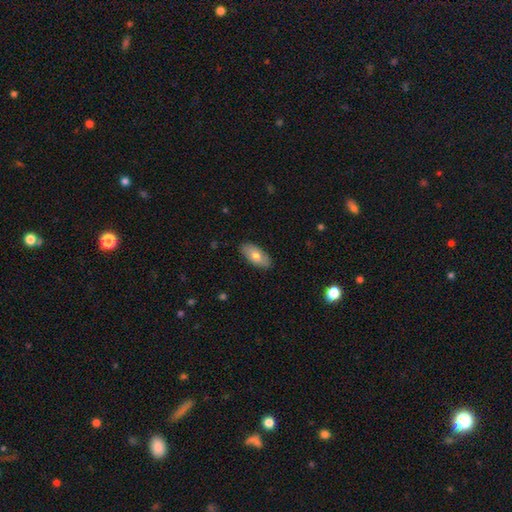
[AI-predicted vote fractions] The model was most divided on "smooth or featured": smooth: 71%, featured or disk: 23%, star or artifact: 6%. More confident: how rounded — in between (91%); merging — none (87%).